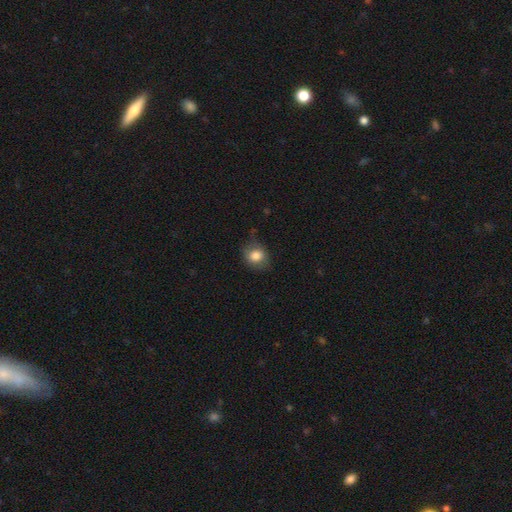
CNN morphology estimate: smooth-or-featured: smooth: 81% | featured or disk: 11% | star or artifact: 8%
  how-rounded: round: 59% | in between: 40% | cigar-shaped: 1%
  merging: none: 70% | minor disturbance: 22% | major disturbance: 7% | merger: 1%